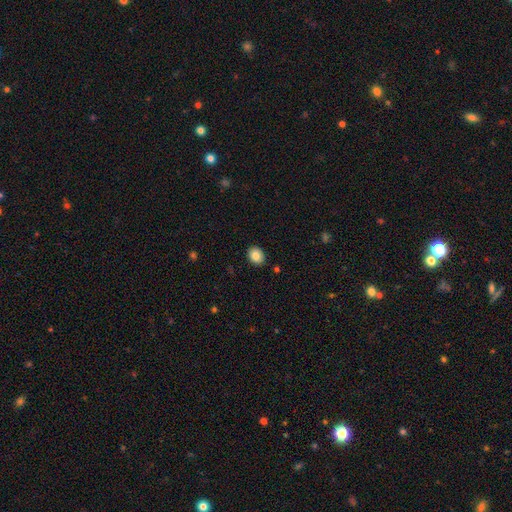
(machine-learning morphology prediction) smooth-or-featured: smooth: 84% | star or artifact: 8% | featured or disk: 8%
  how-rounded: in between: 50% | round: 49% | cigar-shaped: 1%
  merging: none: 90% | minor disturbance: 7% | major disturbance: 2% | merger: 1%